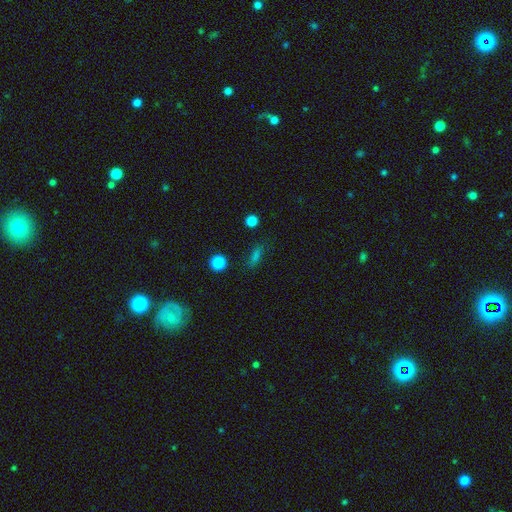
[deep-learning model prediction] Smooth or featured: smooth — 57% (star or artifact — 25%)
How rounded: in between — 48% (cigar-shaped — 36%)
Merging: none — 74% (minor disturbance — 15%)